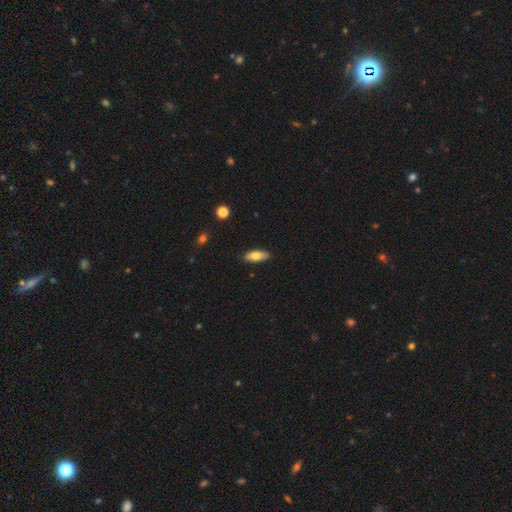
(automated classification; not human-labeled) Smooth or featured? Predicted: smooth (p=0.75). How rounded? Predicted: in between (p=0.78). Merging? Predicted: none (p=0.87).